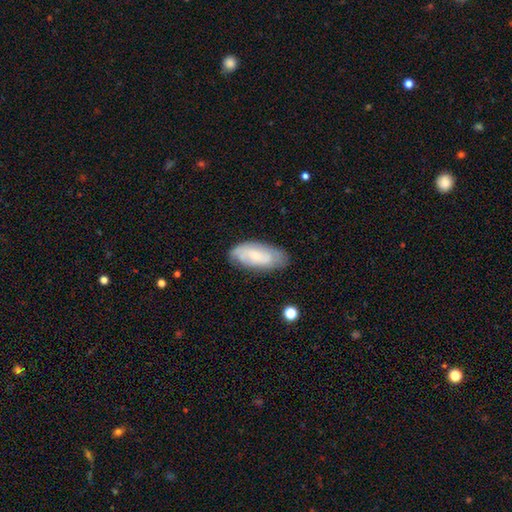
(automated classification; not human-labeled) Q: Smooth or featured?
A: smooth (49%); runner-up: featured or disk (44%)
Q: Merging?
A: none (72%); runner-up: minor disturbance (21%)